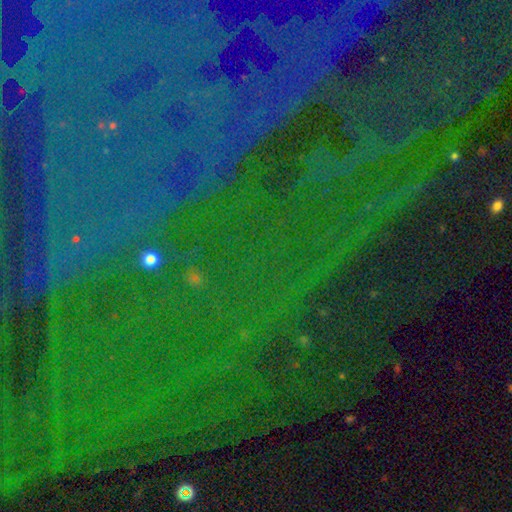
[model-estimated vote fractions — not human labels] Overall: star or artifact (84%).